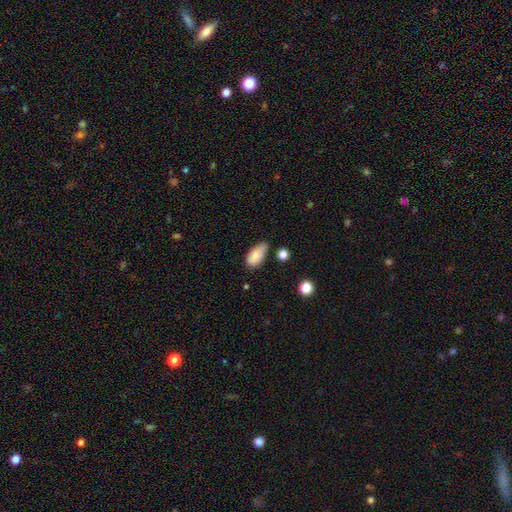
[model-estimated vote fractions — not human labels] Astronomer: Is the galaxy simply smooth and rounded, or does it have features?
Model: smooth — 84%.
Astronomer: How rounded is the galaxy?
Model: in between — 92%.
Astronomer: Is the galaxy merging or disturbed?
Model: none — 55% (runner-up: minor disturbance, 35%).